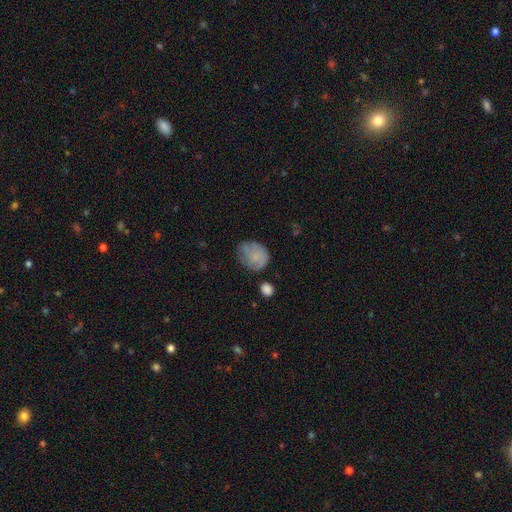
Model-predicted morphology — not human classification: A smooth galaxy with no disk features (72%) that is round (55%). Merging: none (49%).